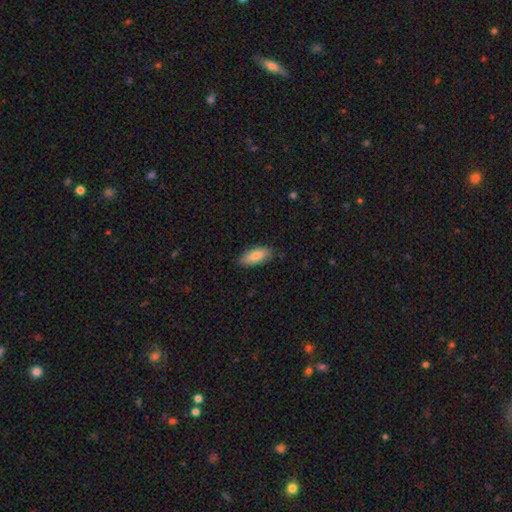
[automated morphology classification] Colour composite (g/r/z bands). It shows a smooth galaxy with no disk features (81%) that is in between round and cigar-shaped (80%). Merging: none (85%).